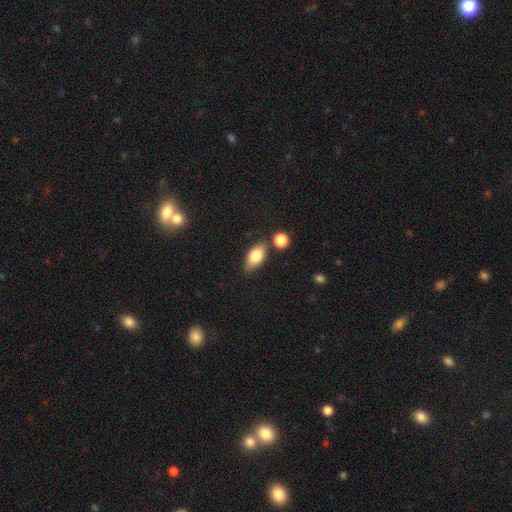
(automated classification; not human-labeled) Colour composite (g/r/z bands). It shows a smooth galaxy with no disk features (77%) that is in between round and cigar-shaped (87%). Merging: none (70%).